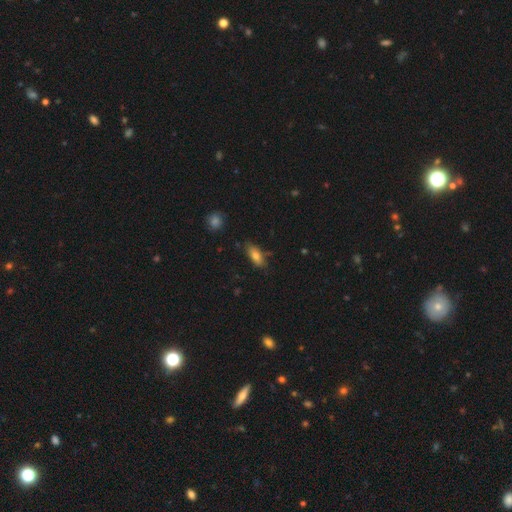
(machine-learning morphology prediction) Smooth or featured? Predicted: smooth (p=0.75). How rounded? Predicted: in between (p=0.77). Merging? Predicted: none (p=0.73).